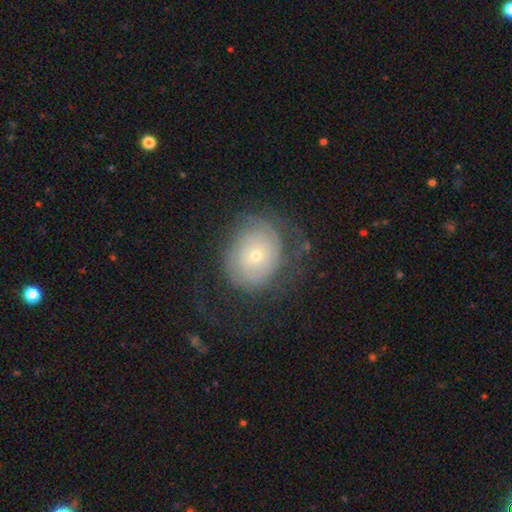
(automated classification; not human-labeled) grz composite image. It shows a featured or disk galaxy (57%) with no bar (85%), spiral arms (71%) and a small central bulge (65%). Merging: none (58%).